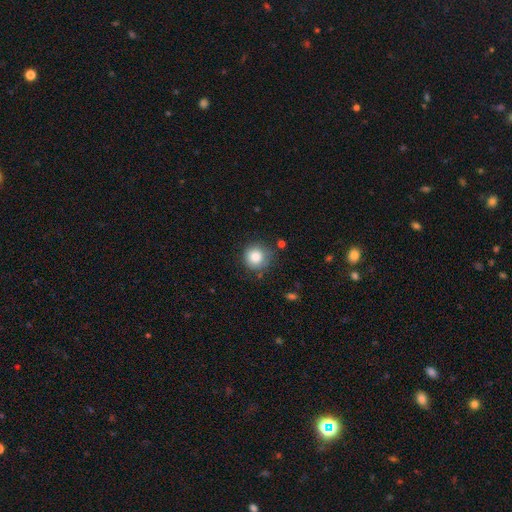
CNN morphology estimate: Smooth or featured?
  - smooth: 84% *
  - star or artifact: 9%
  - featured or disk: 6%
How rounded?
  - round: 93% *
  - in between: 6%
  - cigar-shaped: 1%
Merging?
  - none: 77% *
  - minor disturbance: 15%
  - major disturbance: 4%
  - merger: 3%